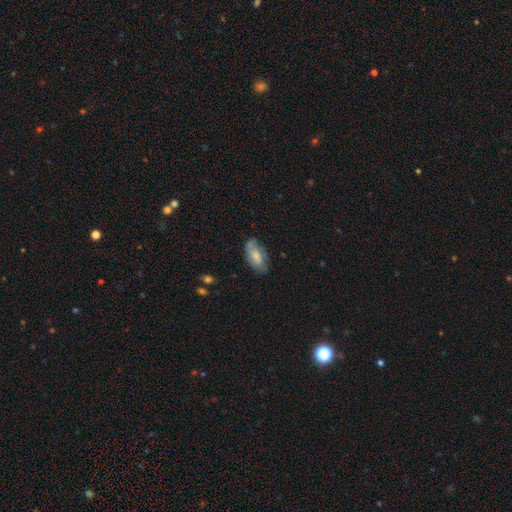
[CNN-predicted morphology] A smooth galaxy with no disk features (68%) that is in between round and cigar-shaped (92%).

Vote fractions:
- Smooth or featured? smooth: 68% / featured or disk: 25% / star or artifact: 7%
- How rounded? in between: 92% / cigar-shaped: 5% / round: 3%
- Merging? none: 66% / minor disturbance: 26% / major disturbance: 7% / merger: 2%